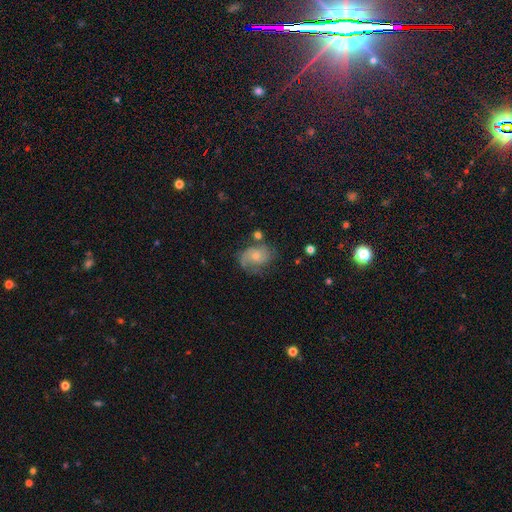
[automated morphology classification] Smooth or featured: featured or disk — 62% (smooth — 30%)
Edge-on disk: no — 97% (yes — 3%)
Bar: no — 75% (weak — 22%)
Spiral arms: yes — 85% (no — 15%)
Spiral winding: medium — 43% (tight — 34%)
Spiral arm count: 2 — 52% (can't tell — 22%)
Bulge size: small — 54% (moderate — 39%)
Merging: none — 55% (minor disturbance — 24%)